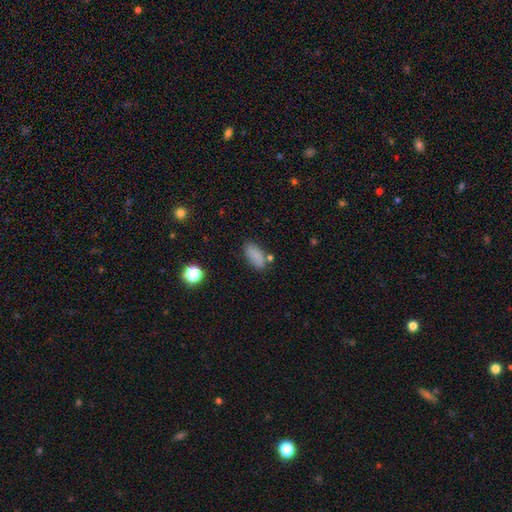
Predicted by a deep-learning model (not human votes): Smooth or featured? Predicted: smooth (p=0.83). How rounded? Predicted: in between (p=0.88). Merging? Predicted: none (p=0.72).